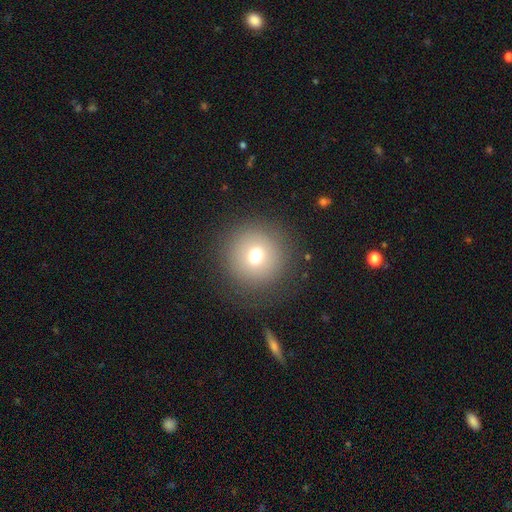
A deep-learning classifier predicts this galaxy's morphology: Overall: smooth (71%). How rounded: round (96%). Merging: none (87%).